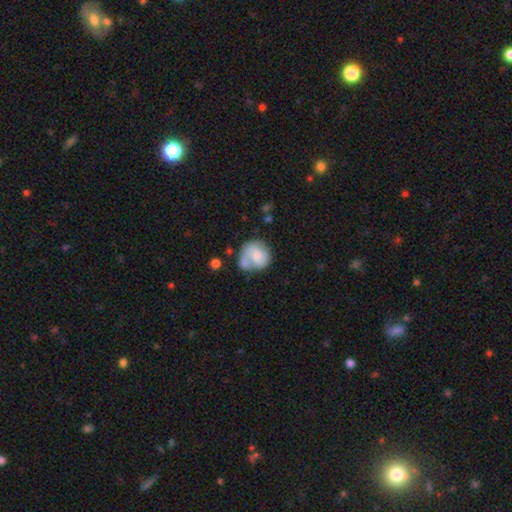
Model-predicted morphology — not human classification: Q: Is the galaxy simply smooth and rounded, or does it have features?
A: smooth — 57%.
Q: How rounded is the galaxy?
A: round — 75%.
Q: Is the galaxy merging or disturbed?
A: none — 41%.